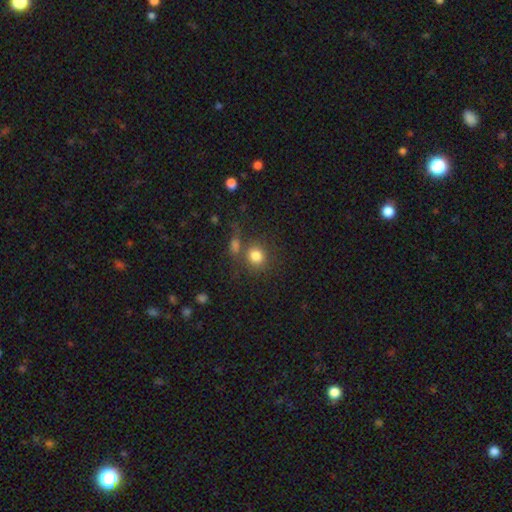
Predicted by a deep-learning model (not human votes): A smooth galaxy with no disk features (81%) that is round (79%).

Vote fractions:
- Smooth or featured? smooth: 81% / star or artifact: 11% / featured or disk: 8%
- How rounded? round: 79% / in between: 19% / cigar-shaped: 1%
- Merging? none: 64% / merger: 20% / minor disturbance: 11% / major disturbance: 5%